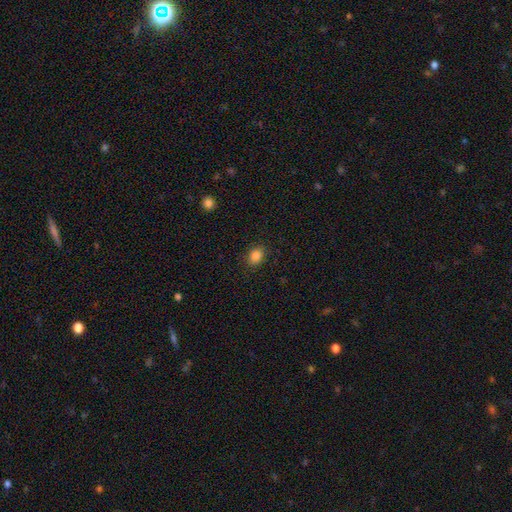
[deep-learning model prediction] smooth 85%, star or artifact 10%, featured or disk 4%. Down the decision tree: how rounded — in between (61%); merging — none (88%).